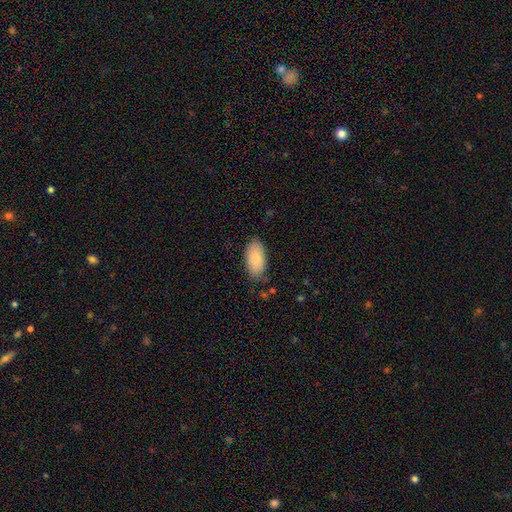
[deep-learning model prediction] This appears to be a smooth galaxy with no disk features (86%) that is in between round and cigar-shaped (95%). Merging: none (80%).